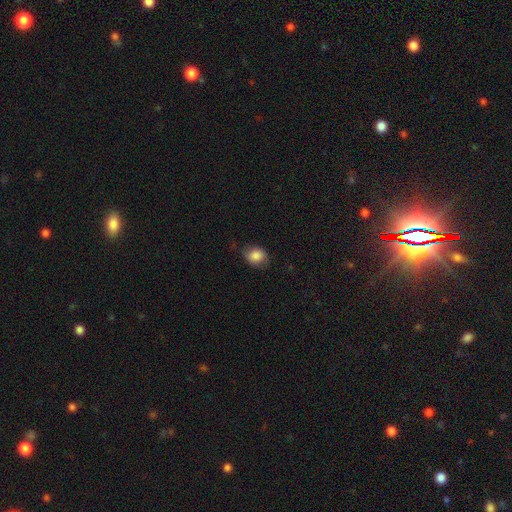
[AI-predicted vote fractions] Smooth or featured?
  - smooth: 85% *
  - star or artifact: 8%
  - featured or disk: 6%
How rounded?
  - round: 52% *
  - in between: 47%
  - cigar-shaped: 1%
Merging?
  - none: 72% *
  - minor disturbance: 21%
  - major disturbance: 5%
  - merger: 1%